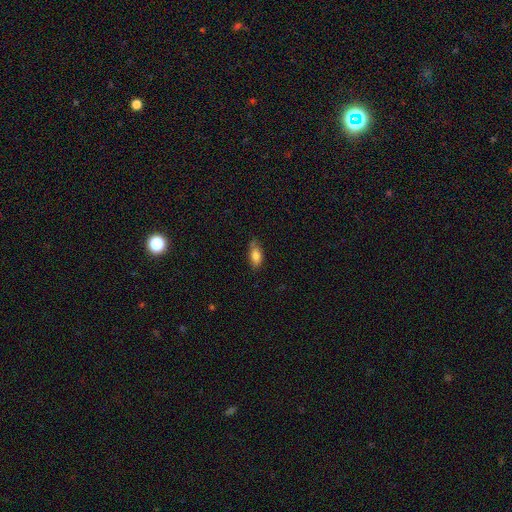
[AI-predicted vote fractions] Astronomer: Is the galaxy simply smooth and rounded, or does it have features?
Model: smooth — 79%.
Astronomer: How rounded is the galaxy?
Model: in between — 84%.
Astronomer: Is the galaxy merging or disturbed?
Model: none — 69%.